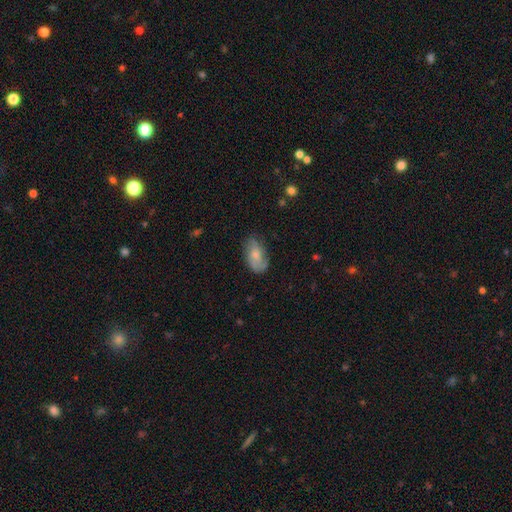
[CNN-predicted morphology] This is possibly a smooth galaxy (55%). How rounded: clearly in between (90%). Merging: likely none (60%).